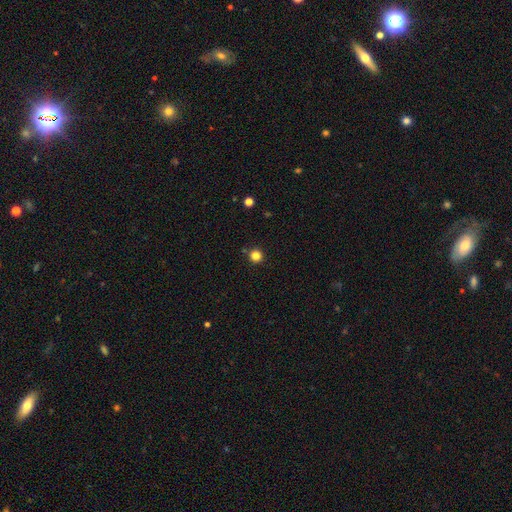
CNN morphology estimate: This appears to be a smooth galaxy with no disk features (83%) that is round (96%). Merging: none (87%).